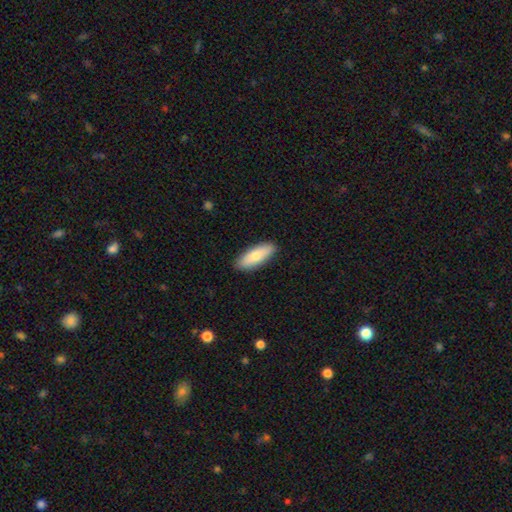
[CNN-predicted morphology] smooth 77%, featured or disk 18%, star or artifact 5%. Down the decision tree: how rounded — in between (70%); merging — none (88%).